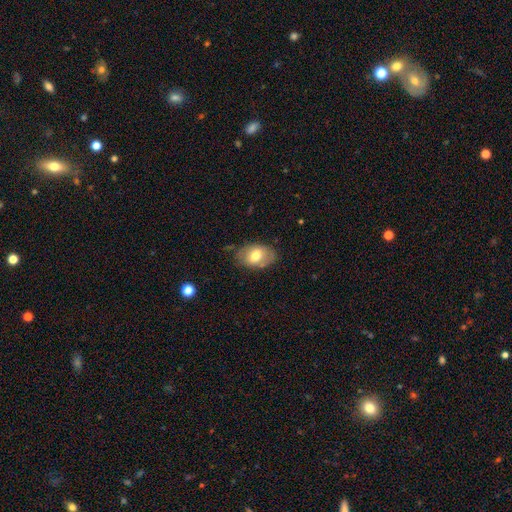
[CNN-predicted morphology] Q: Smooth or featured?
A: smooth (66%); runner-up: featured or disk (27%)
Q: How rounded?
A: in between (86%); runner-up: round (13%)
Q: Merging?
A: none (73%); runner-up: minor disturbance (20%)